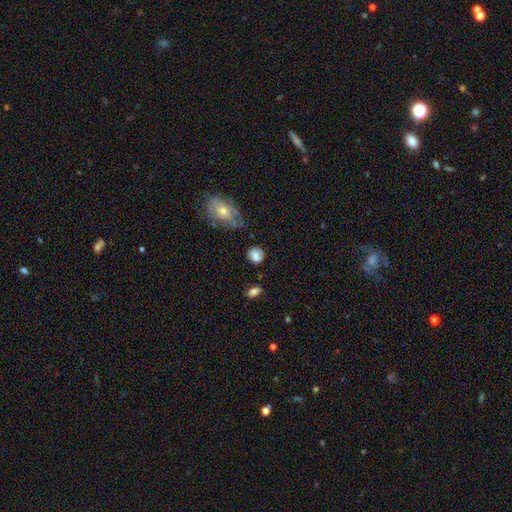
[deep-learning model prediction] Smooth or featured: smooth — 81% (featured or disk — 10%)
How rounded: round — 70% (in between — 29%)
Merging: none — 72% (minor disturbance — 19%)